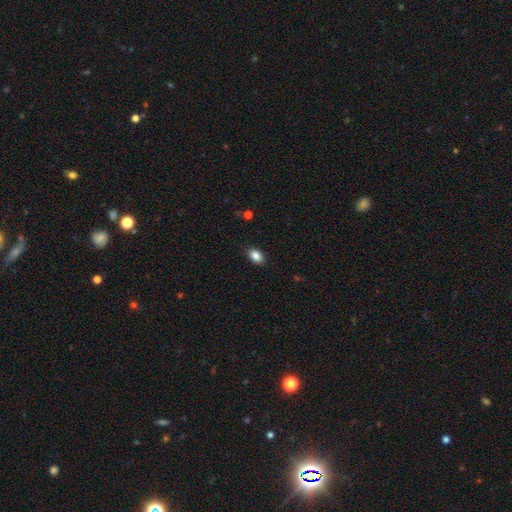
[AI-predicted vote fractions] Q: Smooth or featured?
A: smooth (87%); runner-up: star or artifact (8%)
Q: How rounded?
A: in between (89%); runner-up: round (10%)
Q: Merging?
A: none (88%); runner-up: minor disturbance (9%)